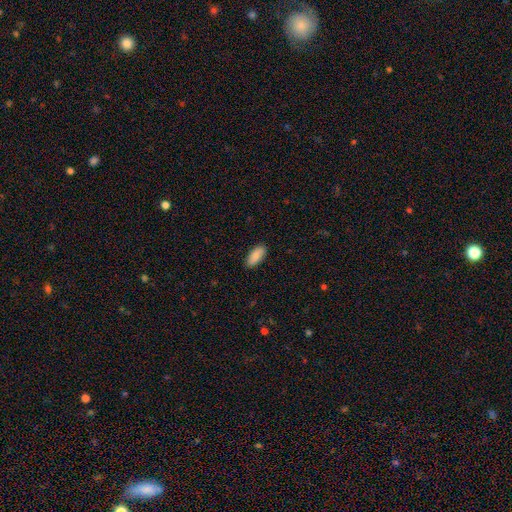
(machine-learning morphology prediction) Q: Smooth or featured?
A: smooth (88%); runner-up: star or artifact (6%)
Q: How rounded?
A: in between (84%); runner-up: cigar-shaped (15%)
Q: Merging?
A: none (87%); runner-up: minor disturbance (10%)